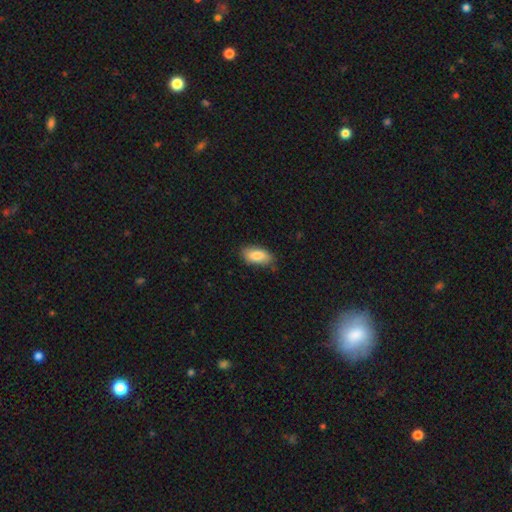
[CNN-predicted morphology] Smooth or featured?
  - smooth: 83% *
  - featured or disk: 10%
  - star or artifact: 7%
How rounded?
  - in between: 91% *
  - cigar-shaped: 6%
  - round: 3%
Merging?
  - none: 78% *
  - minor disturbance: 18%
  - major disturbance: 3%
  - merger: 1%